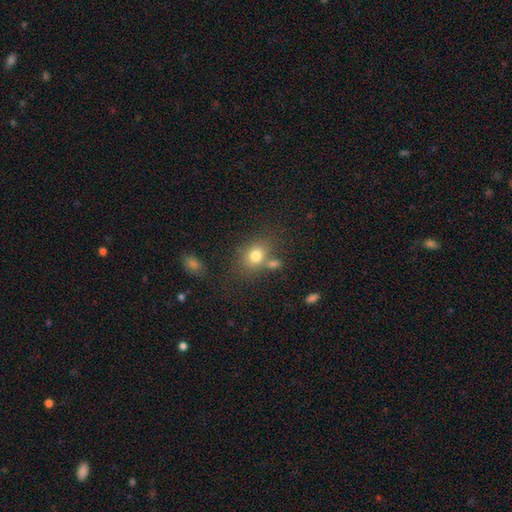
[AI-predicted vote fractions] Morphology: type=smooth (77%); roundness=in between (53%); merging=none (58%).